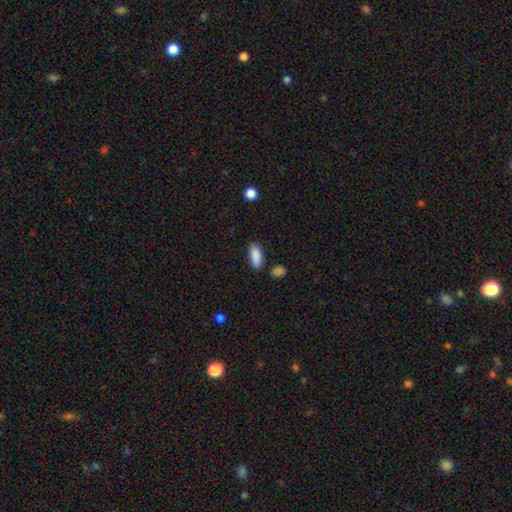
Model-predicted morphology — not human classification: smooth-or-featured: smooth: 88% | star or artifact: 7% | featured or disk: 5%
  how-rounded: in between: 80% | cigar-shaped: 18% | round: 2%
  merging: none: 82% | minor disturbance: 12% | merger: 3% | major disturbance: 3%